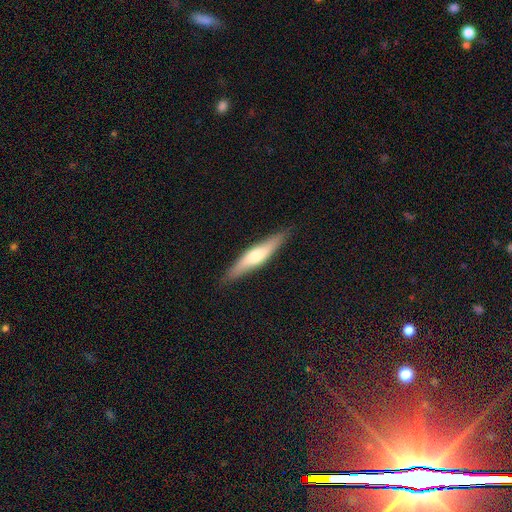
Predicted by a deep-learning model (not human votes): Smooth or featured? Predicted: smooth (p=0.50). How rounded? Predicted: cigar-shaped (p=0.85). Merging? Predicted: none (p=0.87).